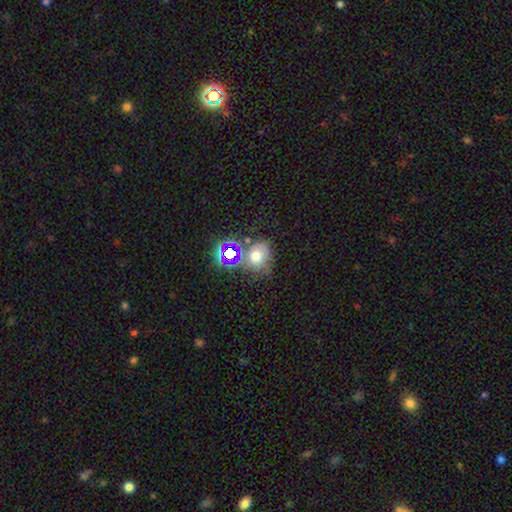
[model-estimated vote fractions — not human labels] The model was most divided on "how rounded": round: 59%, in between: 40%, cigar-shaped: 1%. More confident: smooth or featured — smooth (58%); merging — none (50%).